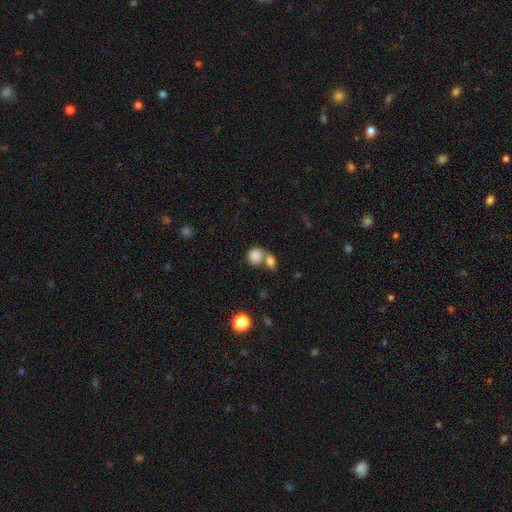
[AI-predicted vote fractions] smooth_or_featured: smooth (p=0.84) [alt: star or artifact p=0.09]
how_rounded: round (p=0.64) [alt: in between p=0.34]
merging: merger (p=0.48) [alt: none p=0.38]